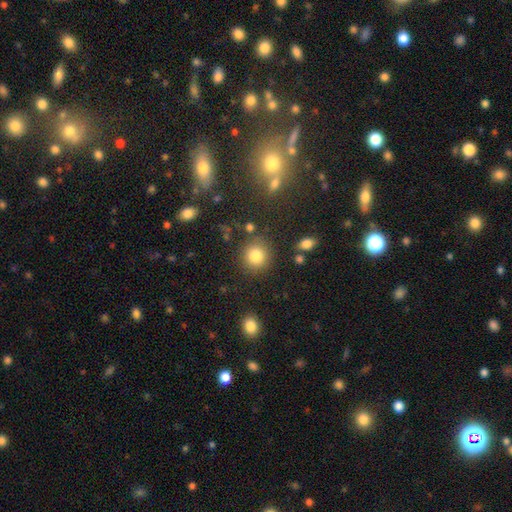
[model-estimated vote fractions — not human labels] Morphology: type=smooth (82%); roundness=round (88%); merging=none (82%).